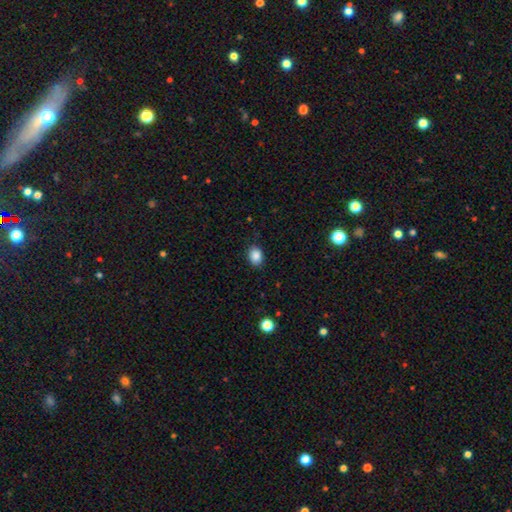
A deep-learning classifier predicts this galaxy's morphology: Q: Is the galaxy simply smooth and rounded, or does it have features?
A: smooth — 88%.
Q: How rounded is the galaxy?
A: in between — 66%.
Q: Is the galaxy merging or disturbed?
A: none — 87%.